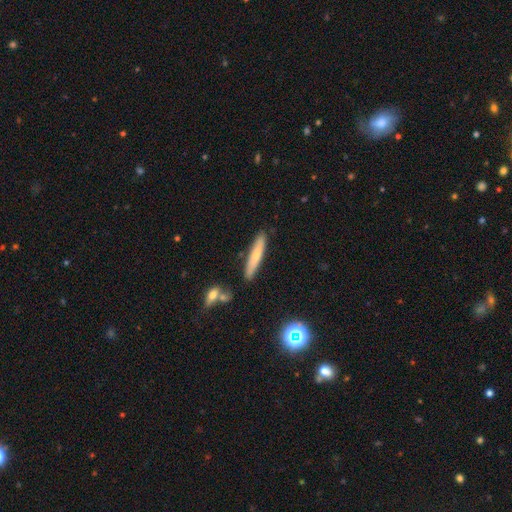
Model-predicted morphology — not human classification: This appears to be a smooth galaxy with no disk features (60%) that is cigar-shaped (90%). Merging: none (85%).